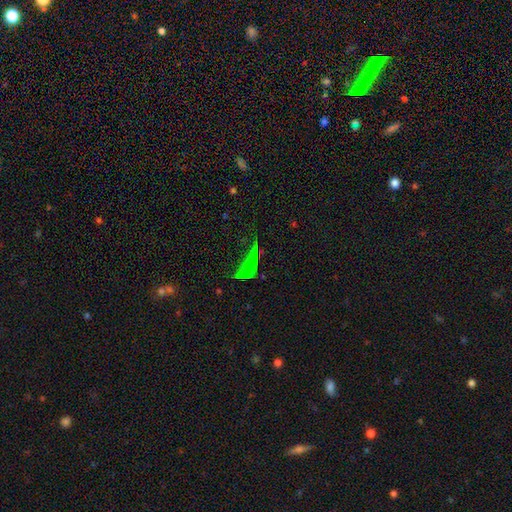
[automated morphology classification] type=star or artifact (54%).